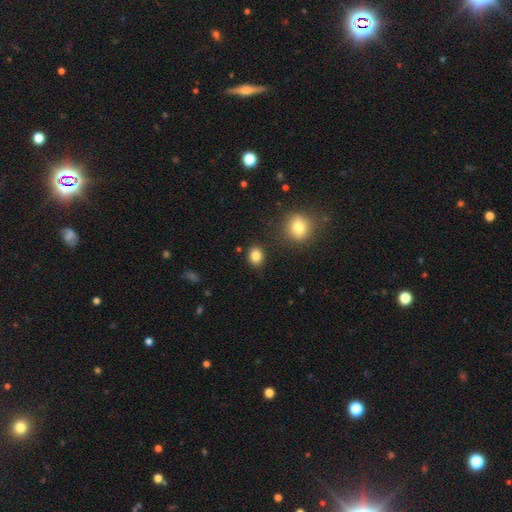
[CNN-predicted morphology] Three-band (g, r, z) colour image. It shows a smooth galaxy with no disk features (84%) that is round (59%). Merging: none (86%).